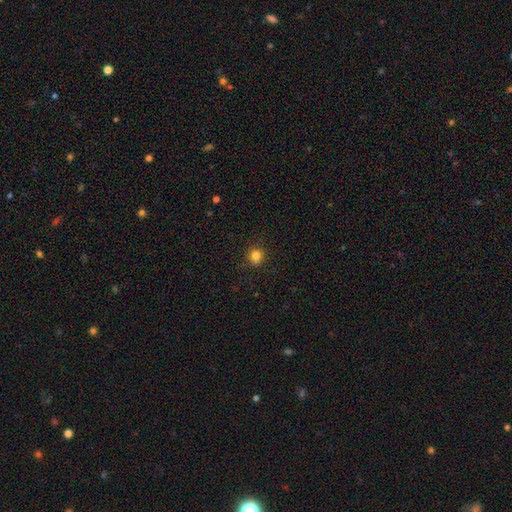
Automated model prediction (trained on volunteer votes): Smooth or featured: smooth — 82% (star or artifact — 13%)
How rounded: round — 88% (in between — 11%)
Merging: none — 84% (minor disturbance — 11%)